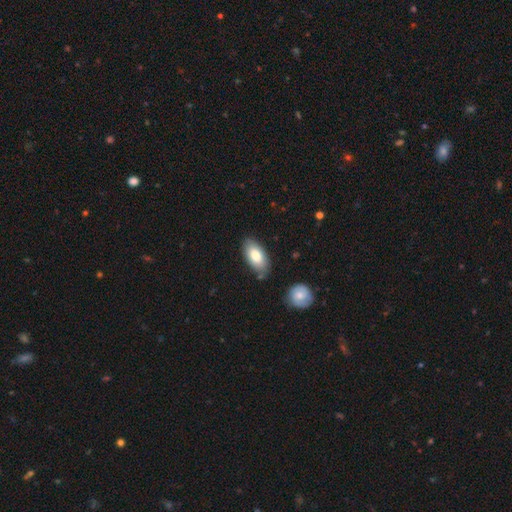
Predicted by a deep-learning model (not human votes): A smooth galaxy with no disk features (79%) that is in between round and cigar-shaped (93%). Merging: none (80%).